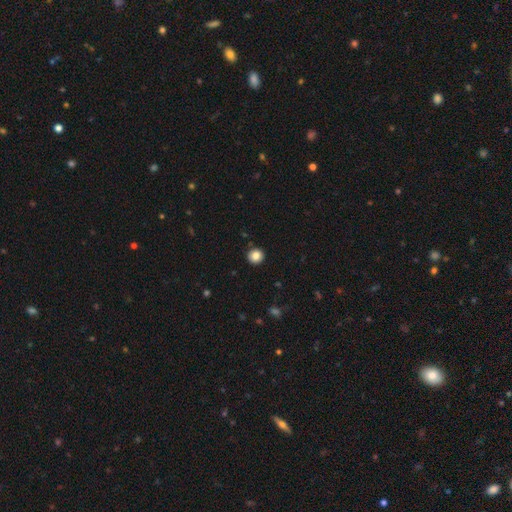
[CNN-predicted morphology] A smooth galaxy with no disk features (85%) that is round (93%). Merging: none (92%).